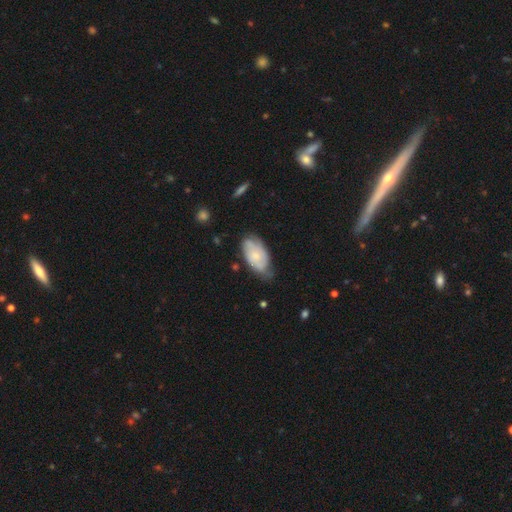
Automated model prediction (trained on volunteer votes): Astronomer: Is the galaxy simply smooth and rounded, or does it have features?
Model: smooth — 50% (runner-up: featured or disk, 44%).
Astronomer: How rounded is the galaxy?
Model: in between — 93%.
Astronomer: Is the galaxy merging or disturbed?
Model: none — 53% (runner-up: minor disturbance, 36%).